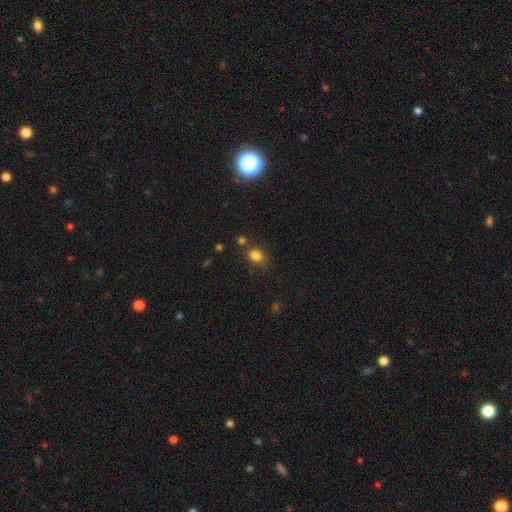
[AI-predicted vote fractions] A smooth galaxy with no disk features (82%) that is in between round and cigar-shaped (53%).

Vote fractions:
- Smooth or featured? smooth: 82% / star or artifact: 12% / featured or disk: 6%
- How rounded? in between: 53% / round: 46% / cigar-shaped: 1%
- Merging? none: 70% / minor disturbance: 15% / merger: 10% / major disturbance: 4%